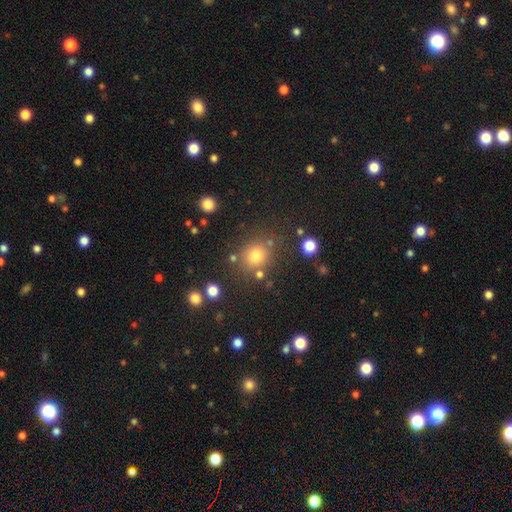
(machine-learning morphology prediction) smooth 76%, star or artifact 17%, featured or disk 7%. Down the decision tree: how rounded — round (83%); merging — none (79%).